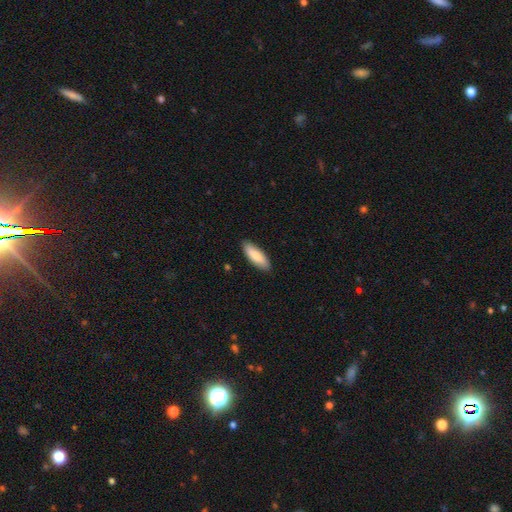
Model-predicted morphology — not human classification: A smooth galaxy with no disk features (81%) that is in between round and cigar-shaped (67%). Merging: none (88%).